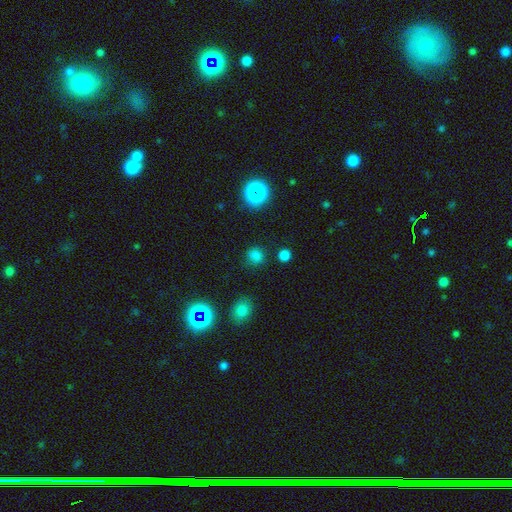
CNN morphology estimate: Smooth or featured? smooth (75%)
How rounded? round (83%)
Merging? none (81%)